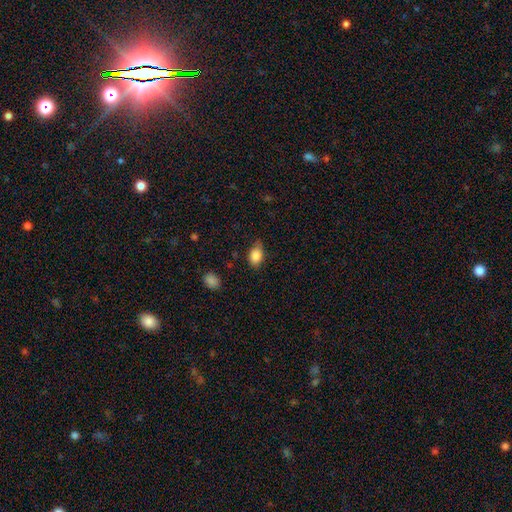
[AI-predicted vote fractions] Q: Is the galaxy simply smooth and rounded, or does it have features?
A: smooth — 86%.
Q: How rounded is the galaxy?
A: in between — 84%.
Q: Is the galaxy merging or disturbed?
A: none — 69%.